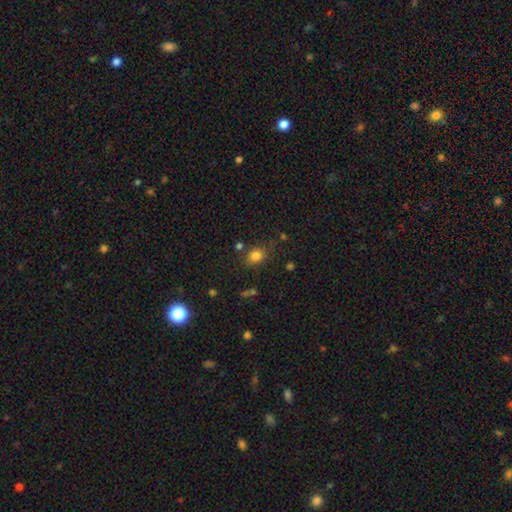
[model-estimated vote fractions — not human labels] This appears to be a smooth galaxy with no disk features (81%) that is round (56%). Merging: none (76%).